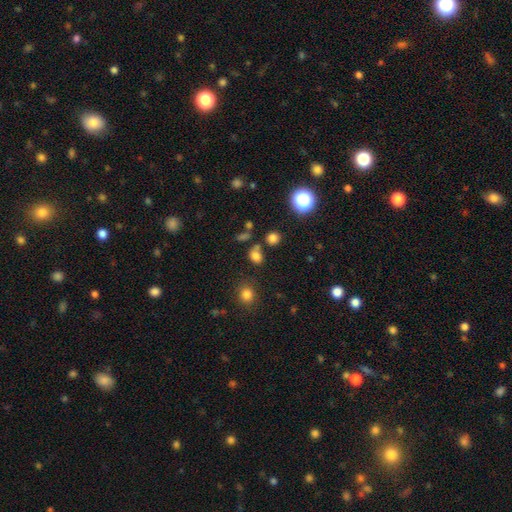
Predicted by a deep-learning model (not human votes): Smooth or featured?
  - smooth: 75% *
  - star or artifact: 19%
  - featured or disk: 7%
How rounded?
  - round: 52% *
  - in between: 46%
  - cigar-shaped: 2%
Merging?
  - none: 62% *
  - merger: 18%
  - minor disturbance: 14%
  - major disturbance: 6%